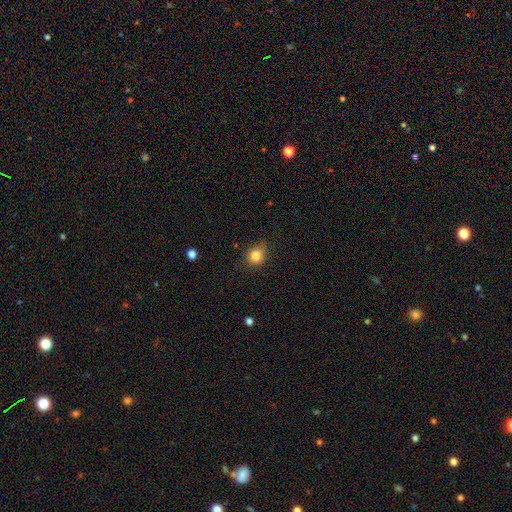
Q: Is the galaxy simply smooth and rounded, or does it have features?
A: smooth — 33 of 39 (85%).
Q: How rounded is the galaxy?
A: round — 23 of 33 (70%).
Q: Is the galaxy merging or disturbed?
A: none — 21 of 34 (62%).